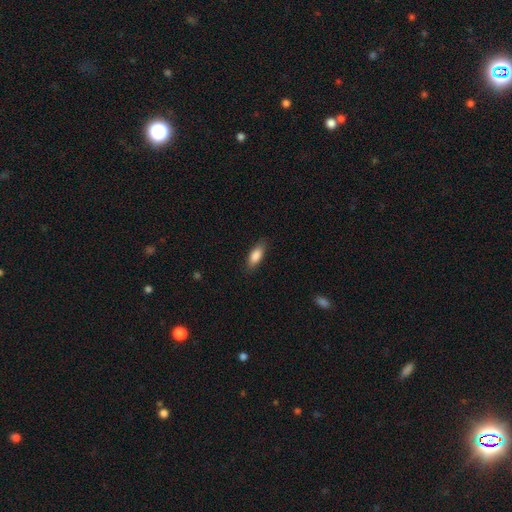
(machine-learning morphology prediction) Smooth or featured?
  - smooth: 85% *
  - featured or disk: 9%
  - star or artifact: 6%
How rounded?
  - in between: 75% *
  - cigar-shaped: 23%
  - round: 2%
Merging?
  - none: 85% *
  - minor disturbance: 12%
  - major disturbance: 3%
  - merger: 1%